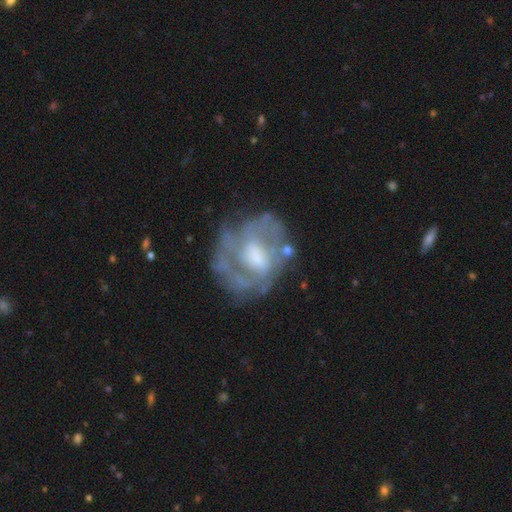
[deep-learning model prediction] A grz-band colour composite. It shows a featured or disk galaxy (78%) with a weak bar (45%), 2 (36%) medium (42%) spiral arms (71%) and a moderate central bulge (46%). Merging: none (55%).